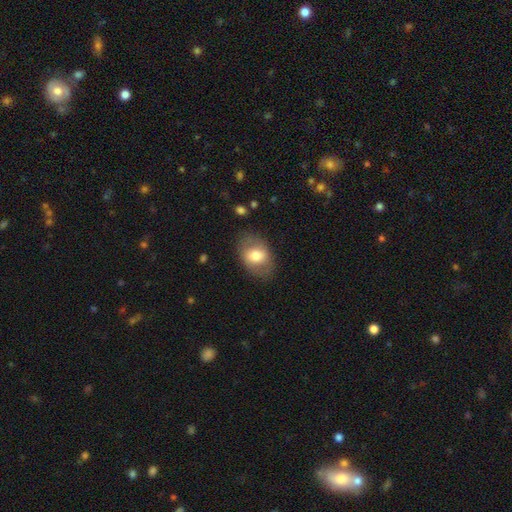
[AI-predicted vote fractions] Smooth or featured?
  - smooth: 65% *
  - featured or disk: 28%
  - star or artifact: 7%
How rounded?
  - in between: 81% *
  - round: 18%
  - cigar-shaped: 1%
Merging?
  - none: 78% *
  - minor disturbance: 14%
  - major disturbance: 7%
  - merger: 1%